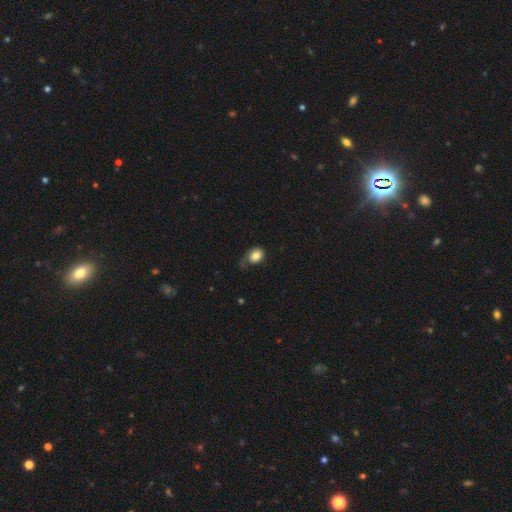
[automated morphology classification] Overall: smooth (78%). How rounded: in between (63%; round 36%). Merging: none (41%; minor disturbance 30%).